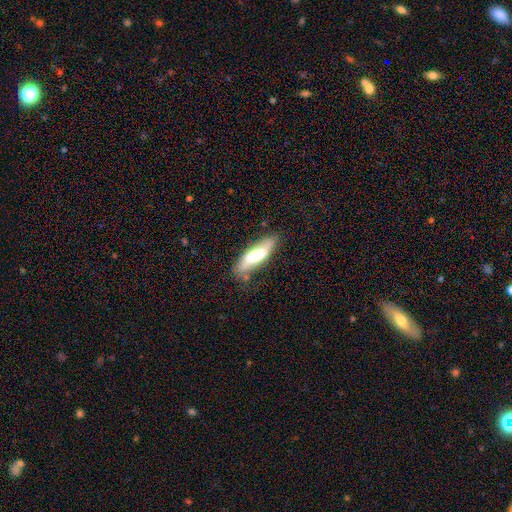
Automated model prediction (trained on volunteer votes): Smooth or featured? smooth (57%)
How rounded? cigar-shaped (56%)
Merging? none (67%)